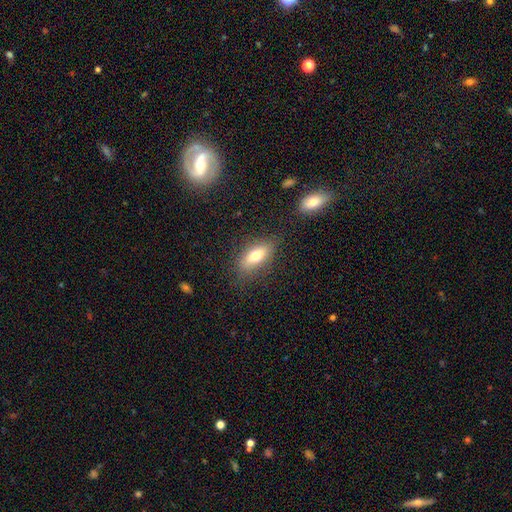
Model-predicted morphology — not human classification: Overall: smooth (70%). How rounded: in between (75%). Merging: none (80%).